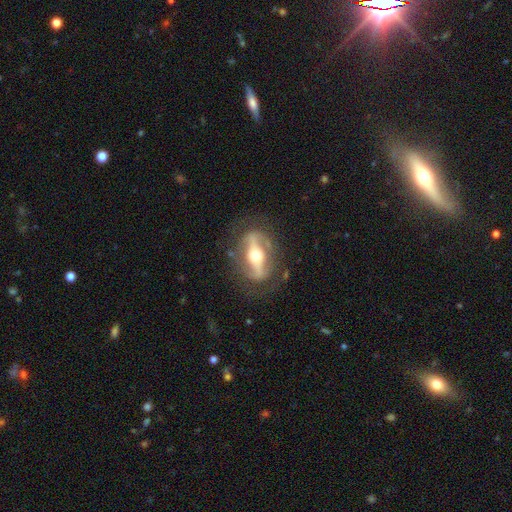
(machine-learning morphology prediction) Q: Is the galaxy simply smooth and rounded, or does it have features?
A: featured or disk — 78%.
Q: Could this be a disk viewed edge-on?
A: no — 76%.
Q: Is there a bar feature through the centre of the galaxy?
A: strong — 67%.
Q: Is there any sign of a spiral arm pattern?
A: yes — 57%.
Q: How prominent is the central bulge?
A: moderate — 64%.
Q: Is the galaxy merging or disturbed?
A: none — 72%.